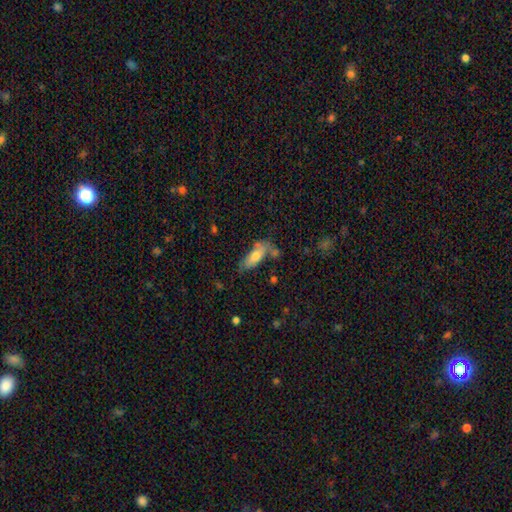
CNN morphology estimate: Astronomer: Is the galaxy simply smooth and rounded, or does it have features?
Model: smooth — 69%.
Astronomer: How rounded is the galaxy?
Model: in between — 64%.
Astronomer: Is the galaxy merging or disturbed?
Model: none — 53%.